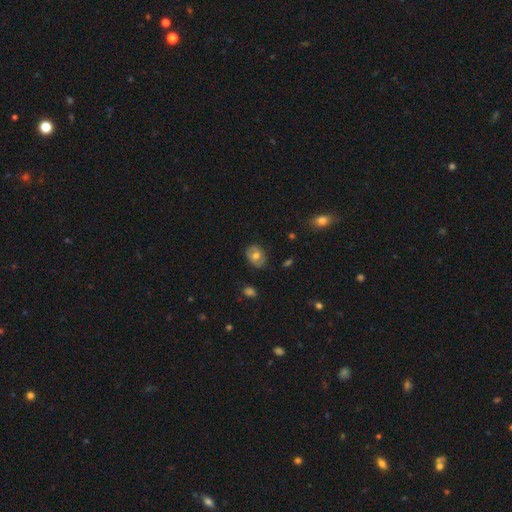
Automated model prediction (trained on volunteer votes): A smooth galaxy with no disk features (60%) that is in between round and cigar-shaped (60%). Merging: none (79%).